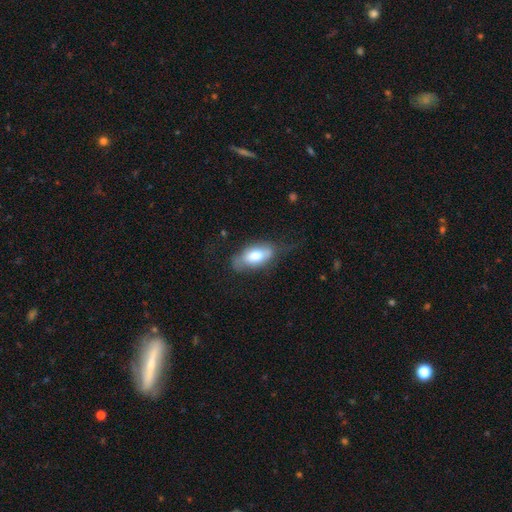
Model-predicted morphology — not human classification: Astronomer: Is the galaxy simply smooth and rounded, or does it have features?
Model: smooth — 66%.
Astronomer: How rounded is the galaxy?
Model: in between — 89%.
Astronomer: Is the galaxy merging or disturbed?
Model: none — 55%.